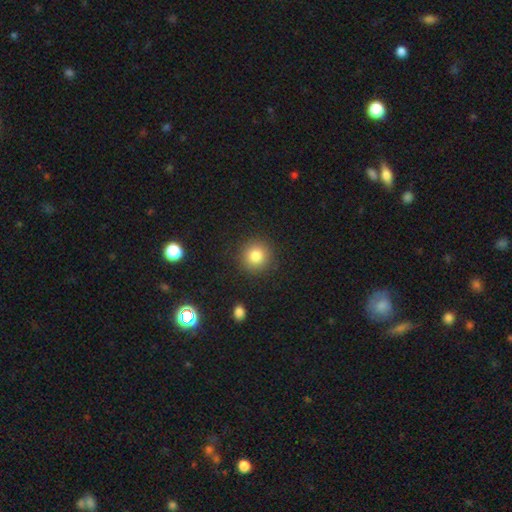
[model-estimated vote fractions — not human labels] smooth 83%, star or artifact 11%, featured or disk 6%. Down the decision tree: how rounded — round (93%); merging — none (90%).